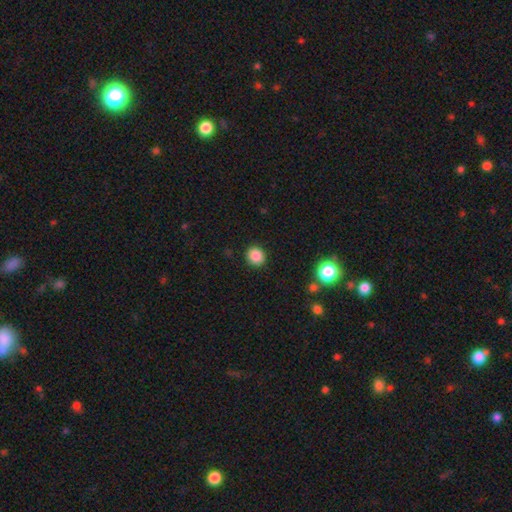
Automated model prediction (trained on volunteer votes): This appears to be a smooth galaxy with no disk features (87%) that is round (83%). Merging: none (91%).